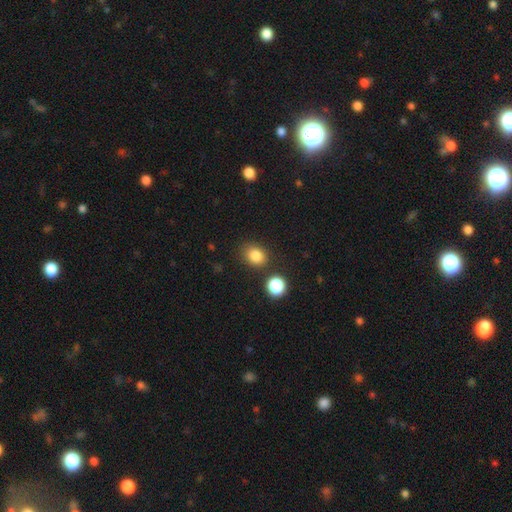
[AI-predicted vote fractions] A smooth galaxy with no disk features (83%) that is round (52%).

Vote fractions:
- Smooth or featured? smooth: 83% / star or artifact: 12% / featured or disk: 5%
- How rounded? round: 52% / in between: 47% / cigar-shaped: 1%
- Merging? none: 79% / minor disturbance: 11% / merger: 7% / major disturbance: 4%